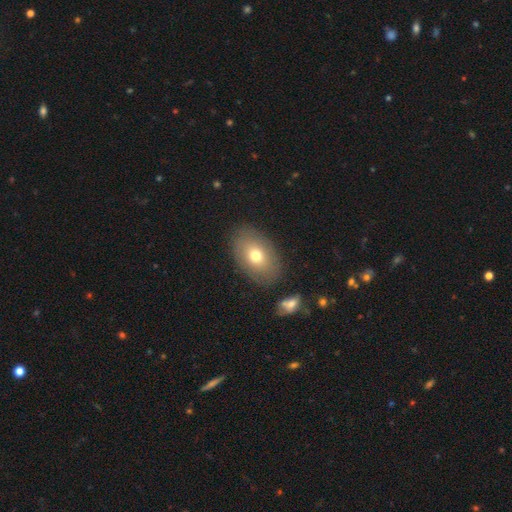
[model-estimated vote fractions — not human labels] Overall: smooth (70%). How rounded: in between (85%). Merging: none (82%).